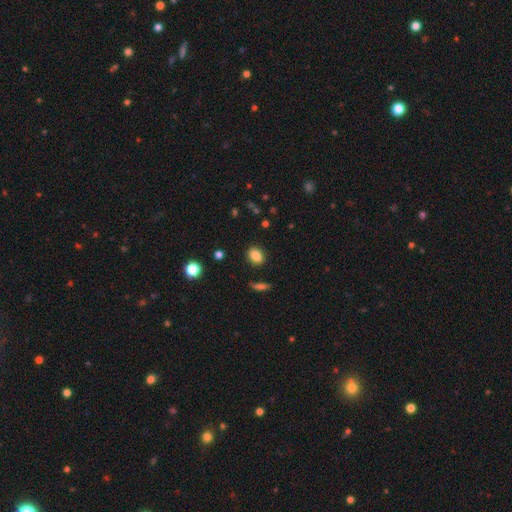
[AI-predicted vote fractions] Smooth or featured?
  - smooth: 85% *
  - star or artifact: 10%
  - featured or disk: 6%
How rounded?
  - in between: 66% *
  - round: 32%
  - cigar-shaped: 2%
Merging?
  - none: 87% *
  - minor disturbance: 9%
  - major disturbance: 2%
  - merger: 2%